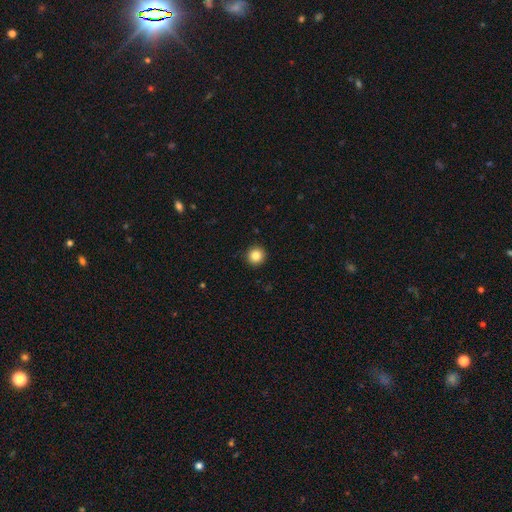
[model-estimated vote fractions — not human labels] smooth-or-featured: smooth: 85% | star or artifact: 10% | featured or disk: 5%
  how-rounded: round: 96% | in between: 3% | cigar-shaped: 1%
  merging: none: 93% | minor disturbance: 4% | major disturbance: 1% | merger: 1%